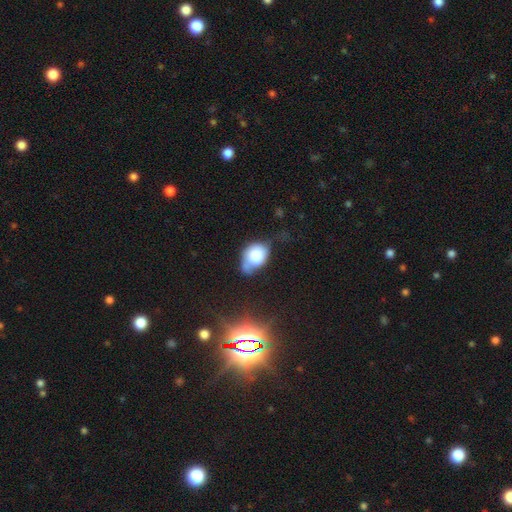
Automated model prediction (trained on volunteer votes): smooth-or-featured: smooth: 74% | featured or disk: 17% | star or artifact: 9%
  how-rounded: in between: 66% | round: 32% | cigar-shaped: 1%
  merging: minor disturbance: 37% | none: 28% | major disturbance: 21% | merger: 14%